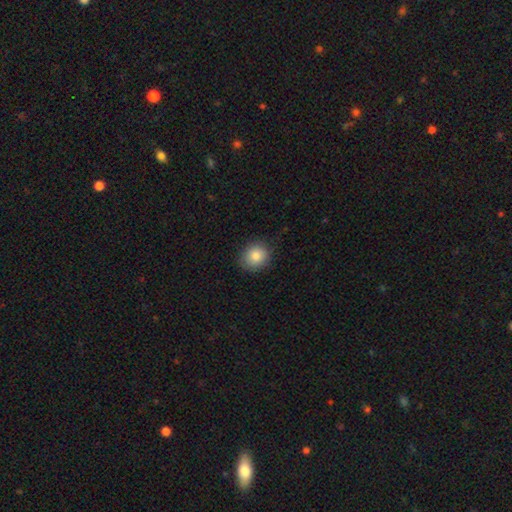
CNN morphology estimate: Q: Smooth or featured?
A: smooth (84%); runner-up: star or artifact (9%)
Q: How rounded?
A: round (79%); runner-up: in between (20%)
Q: Merging?
A: none (86%); runner-up: minor disturbance (10%)